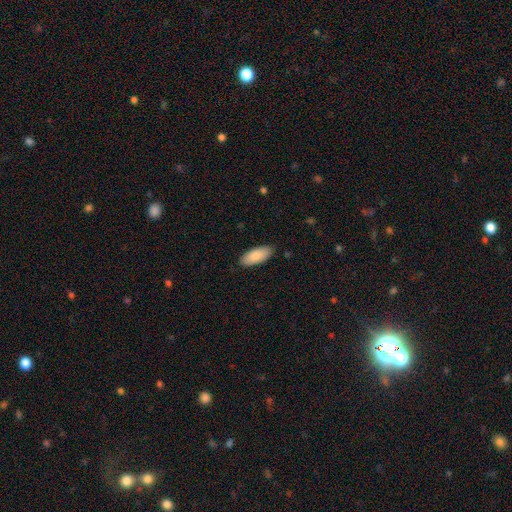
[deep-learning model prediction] smooth 88%, featured or disk 7%, star or artifact 6%. Down the decision tree: how rounded — in between (84%); merging — none (86%).